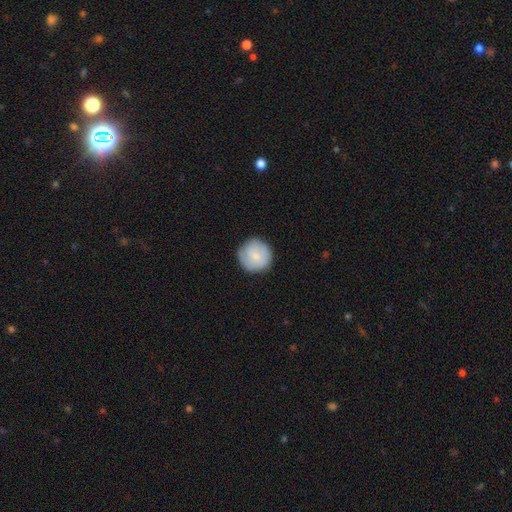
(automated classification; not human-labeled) Overall: smooth (77%). How rounded: round (95%). Merging: none (85%).